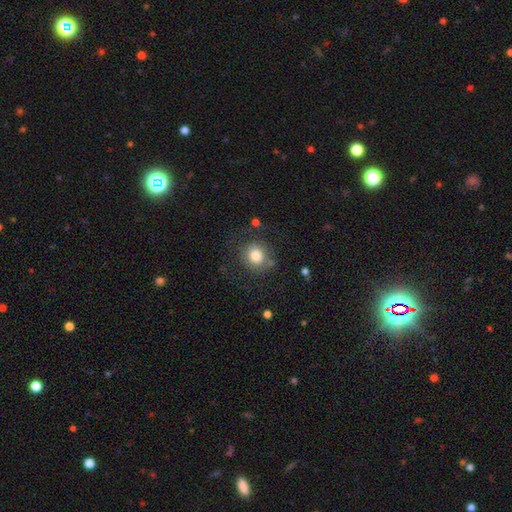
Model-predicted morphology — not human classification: This is clearly a smooth galaxy (80%). How rounded: clearly round (85%). Merging: likely none (73%).